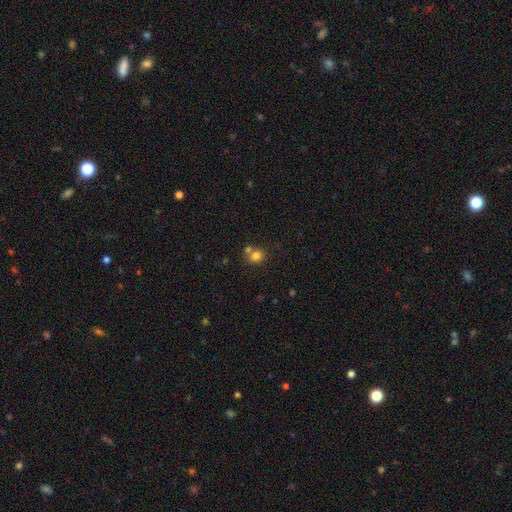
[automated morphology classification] Smooth or featured?
  - smooth: 79% *
  - star or artifact: 13%
  - featured or disk: 8%
How rounded?
  - round: 77% *
  - in between: 22%
  - cigar-shaped: 1%
Merging?
  - none: 57% *
  - merger: 31%
  - minor disturbance: 9%
  - major disturbance: 3%